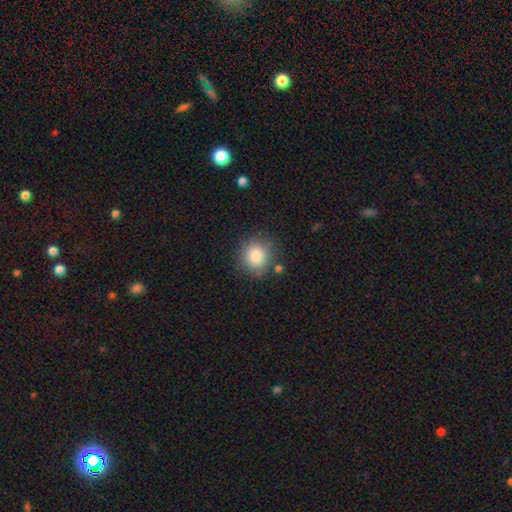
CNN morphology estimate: Smooth or featured?
  - smooth: 84% *
  - star or artifact: 9%
  - featured or disk: 7%
How rounded?
  - round: 83% *
  - in between: 16%
  - cigar-shaped: 1%
Merging?
  - none: 79% *
  - minor disturbance: 13%
  - major disturbance: 4%
  - merger: 4%